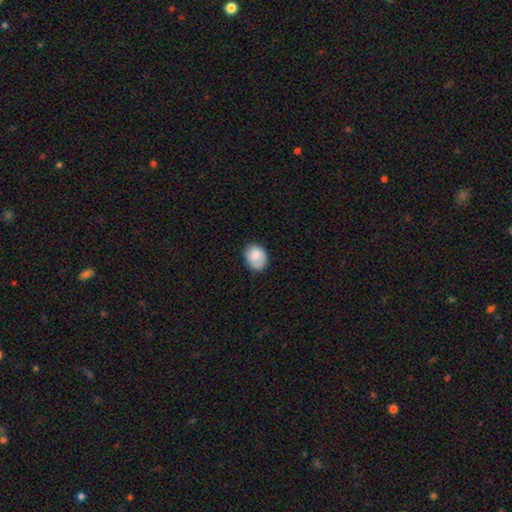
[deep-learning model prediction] Morphology: type=smooth (82%); roundness=in between (58%); merging=none (73%).